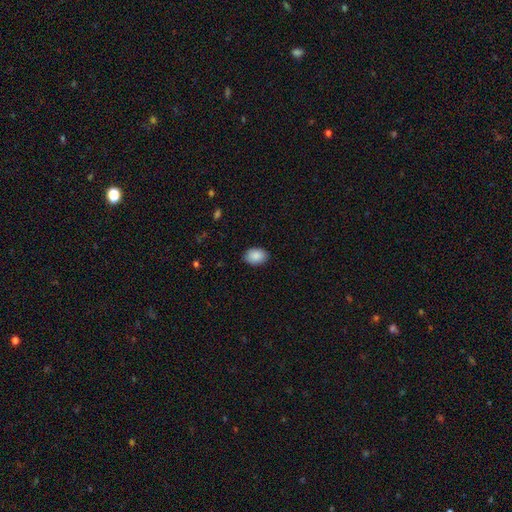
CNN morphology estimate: Smooth or featured?
  - smooth: 90% *
  - star or artifact: 7%
  - featured or disk: 4%
How rounded?
  - in between: 82% *
  - round: 17%
  - cigar-shaped: 1%
Merging?
  - none: 88% *
  - minor disturbance: 9%
  - major disturbance: 2%
  - merger: 1%